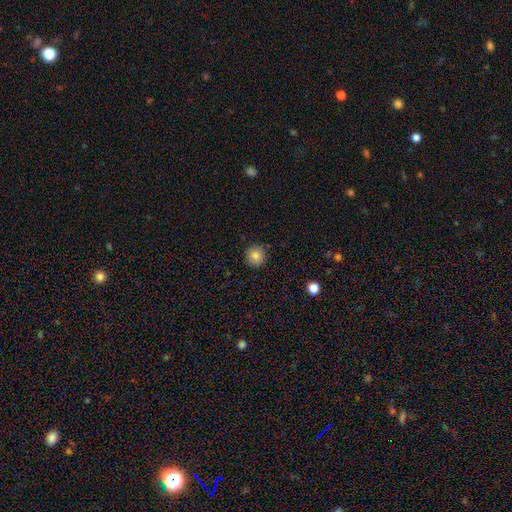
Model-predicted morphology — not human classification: Smooth or featured? Predicted: smooth (p=0.84). How rounded? Predicted: round (p=0.93). Merging? Predicted: none (p=0.88).